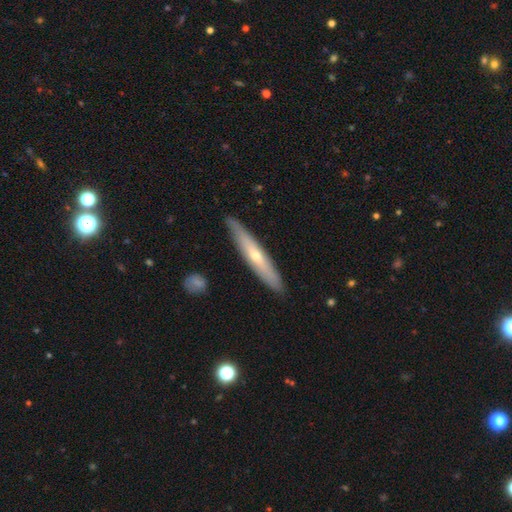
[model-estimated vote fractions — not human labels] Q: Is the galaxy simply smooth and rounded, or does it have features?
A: featured or disk — 57%.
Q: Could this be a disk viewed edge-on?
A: yes — 83%.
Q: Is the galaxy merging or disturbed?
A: none — 88%.